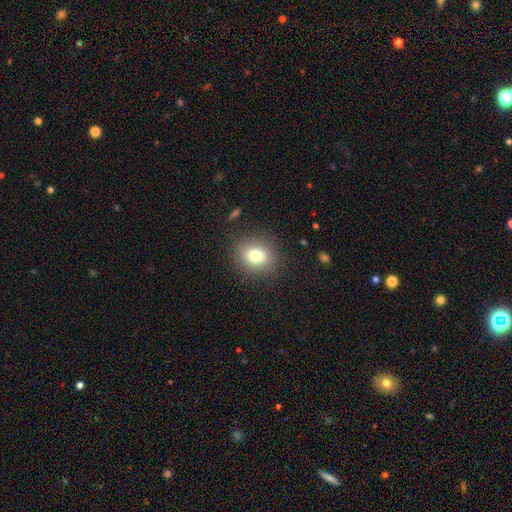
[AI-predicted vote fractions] Q: Smooth or featured?
A: smooth (77%); runner-up: star or artifact (12%)
Q: How rounded?
A: round (69%); runner-up: in between (30%)
Q: Merging?
A: none (86%); runner-up: minor disturbance (9%)